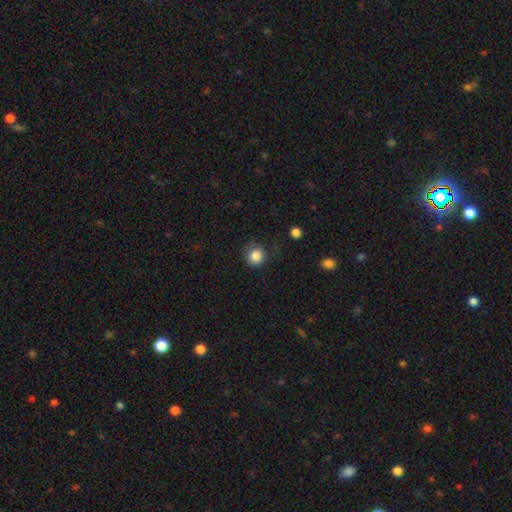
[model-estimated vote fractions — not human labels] Smooth or featured?
  - smooth: 85% *
  - star or artifact: 10%
  - featured or disk: 5%
How rounded?
  - round: 90% *
  - in between: 10%
  - cigar-shaped: 1%
Merging?
  - none: 74% *
  - minor disturbance: 18%
  - major disturbance: 6%
  - merger: 2%